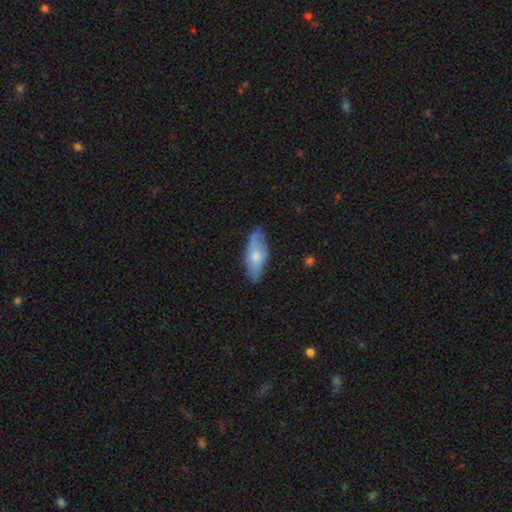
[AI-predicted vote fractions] Smooth or featured? smooth (59%)
How rounded? in between (77%)
Merging? none (70%)